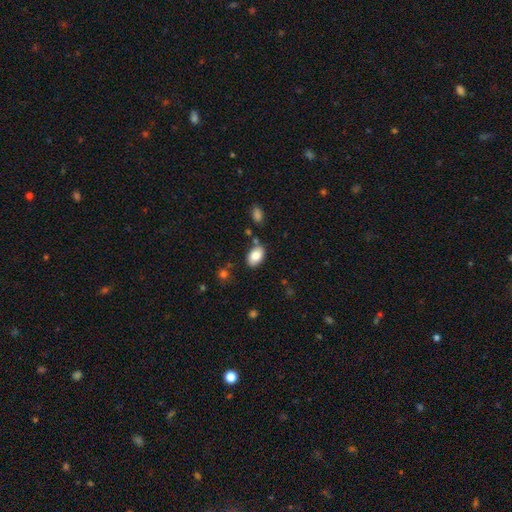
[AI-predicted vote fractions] Smooth or featured? smooth (83%)
How rounded? in between (91%)
Merging? none (78%)